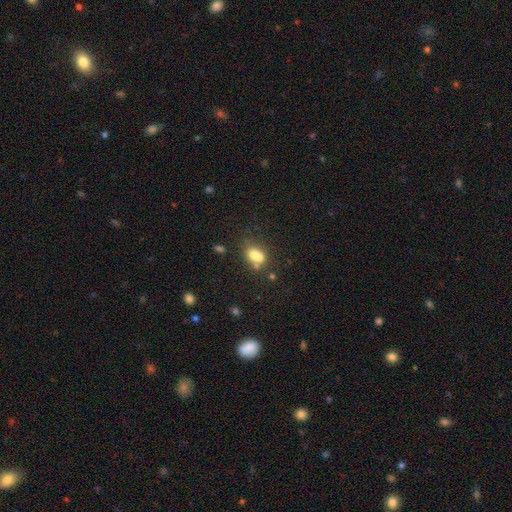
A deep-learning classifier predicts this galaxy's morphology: This is likely a smooth galaxy (75%). How rounded: likely in between (79%). Merging: marginally none (43%).